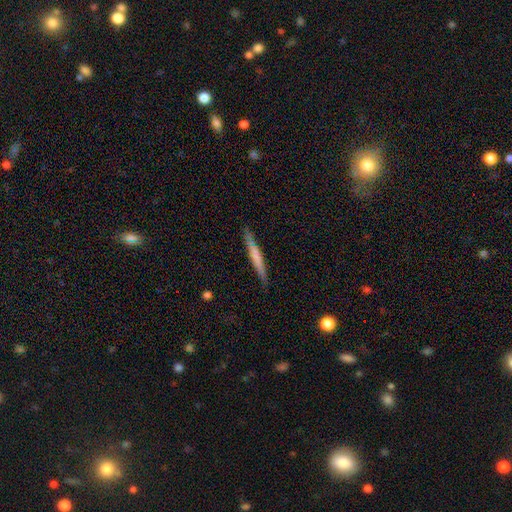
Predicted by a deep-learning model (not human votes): A smooth galaxy with no disk features (58%) that is cigar-shaped (96%). Merging: none (84%).